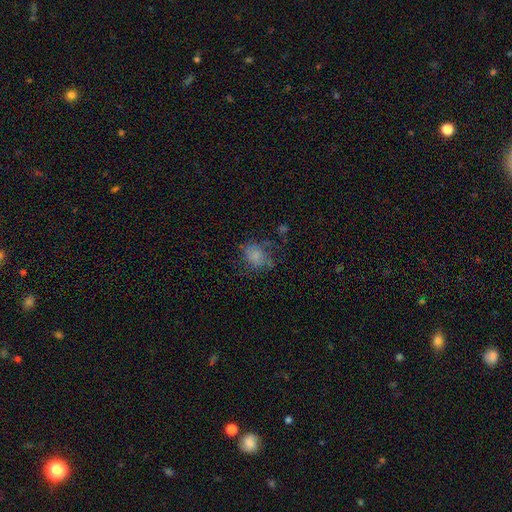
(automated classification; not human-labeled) A smooth galaxy with no disk features (63%) that is round (50%).

Vote fractions:
- Smooth or featured? smooth: 63% / featured or disk: 24% / star or artifact: 14%
- How rounded? round: 50% / in between: 49% / cigar-shaped: 1%
- Merging? none: 44% / major disturbance: 28% / minor disturbance: 25% / merger: 3%